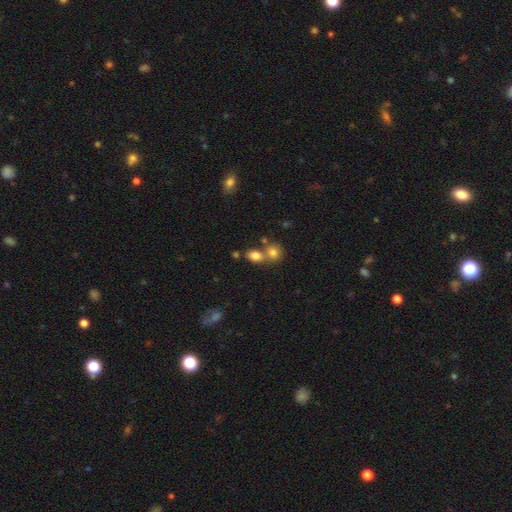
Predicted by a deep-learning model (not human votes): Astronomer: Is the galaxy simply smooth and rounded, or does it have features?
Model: smooth — 80%.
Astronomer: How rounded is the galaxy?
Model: in between — 63%.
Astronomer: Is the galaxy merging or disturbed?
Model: none — 46% (runner-up: merger, 42%).